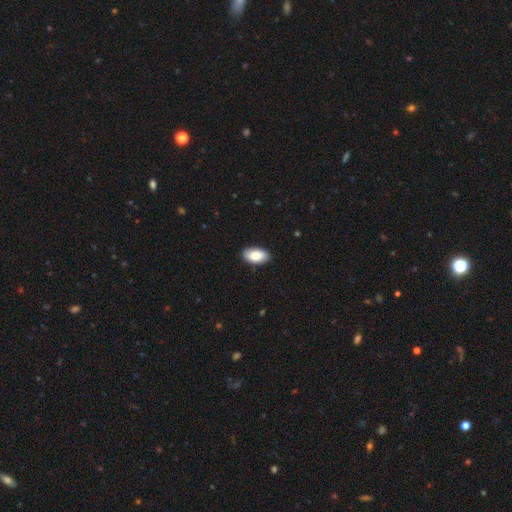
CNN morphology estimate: A smooth galaxy with no disk features (85%) that is in between round and cigar-shaped (95%). Merging: none (88%).